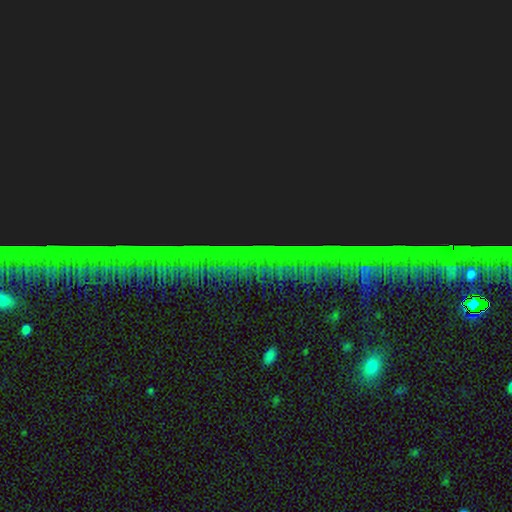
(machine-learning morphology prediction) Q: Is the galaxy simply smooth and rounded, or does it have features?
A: star or artifact — 87%.